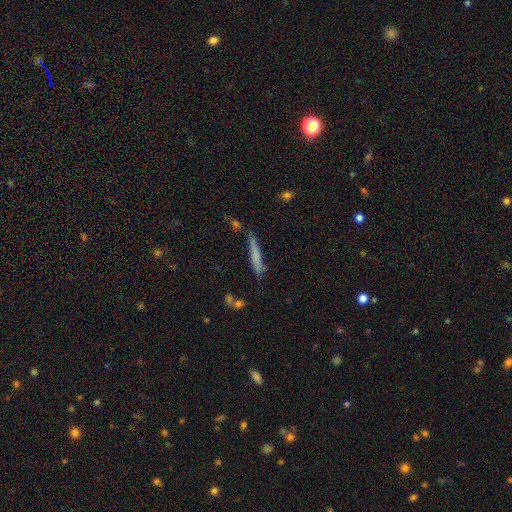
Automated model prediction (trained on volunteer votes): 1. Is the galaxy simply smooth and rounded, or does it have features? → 66% smooth, 26% featured or disk, 7% star or artifact.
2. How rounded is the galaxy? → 95% cigar-shaped, 4% in between, 1% round.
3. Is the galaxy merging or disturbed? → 77% none, 15% minor disturbance, 5% merger, 3% major disturbance.